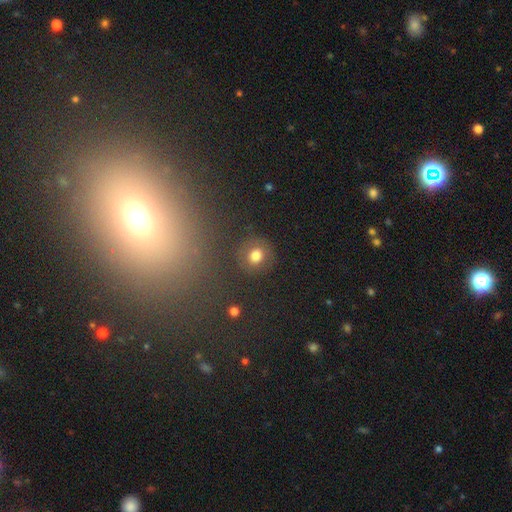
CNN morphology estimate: A smooth galaxy with no disk features (77%) that is round (82%). Merging: none (84%).